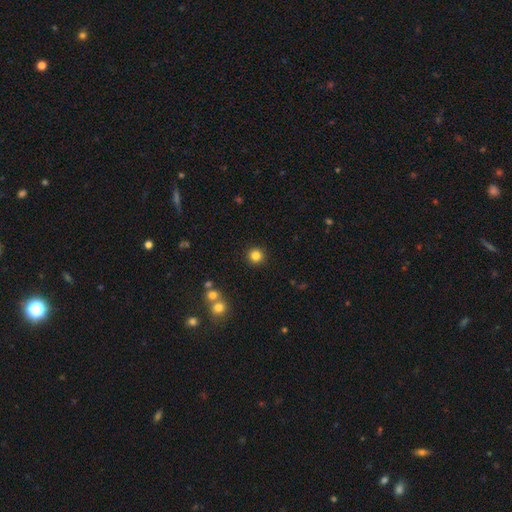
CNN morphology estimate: Smooth or featured? smooth (83%)
How rounded? round (94%)
Merging? none (92%)